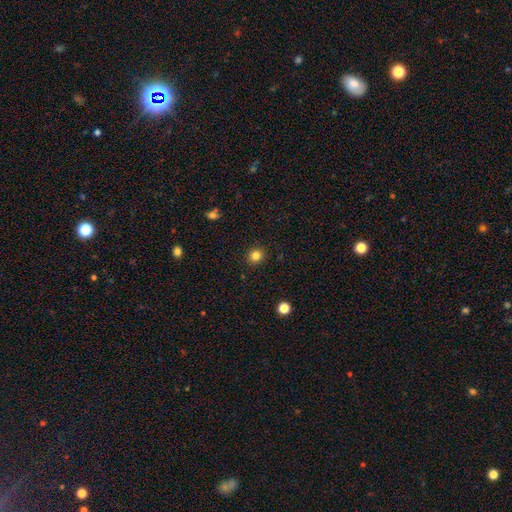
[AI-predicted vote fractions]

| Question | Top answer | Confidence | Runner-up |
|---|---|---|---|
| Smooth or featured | smooth | 82% | star or artifact (13%) |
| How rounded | round | 88% | in between (11%) |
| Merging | none | 91% | minor disturbance (6%) |